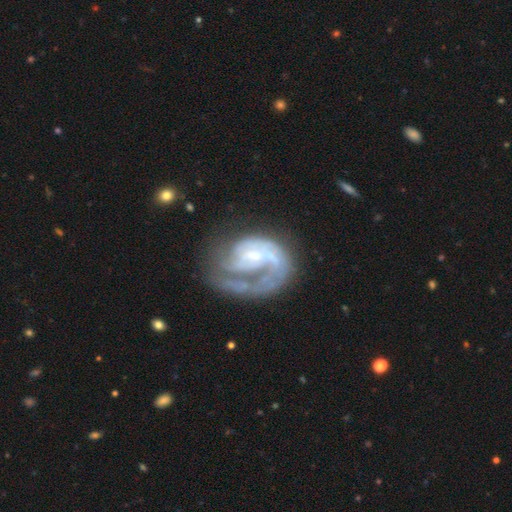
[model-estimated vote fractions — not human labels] Morphology: type=featured or disk (86%); edge-on=no (98%); bar=no (46%); spiral arms=yes (91%); winding=medium (41%); arm count=1 (47%); bulge=small (63%); merging=major disturbance (39%).